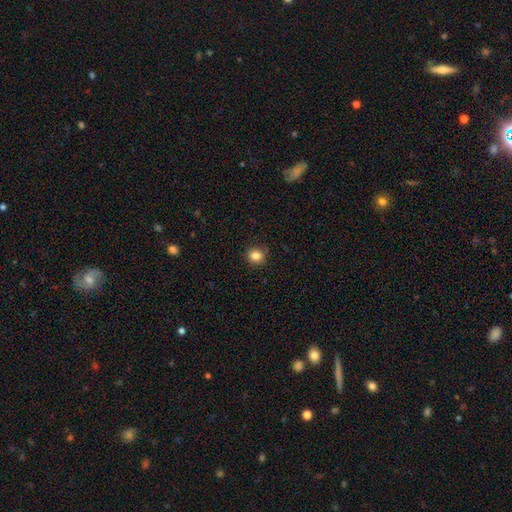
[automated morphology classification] A smooth galaxy with no disk features (84%) that is round (89%).

Vote fractions:
- Smooth or featured? smooth: 84% / star or artifact: 11% / featured or disk: 5%
- How rounded? round: 89% / in between: 10% / cigar-shaped: 1%
- Merging? none: 89% / minor disturbance: 8% / major disturbance: 2% / merger: 1%